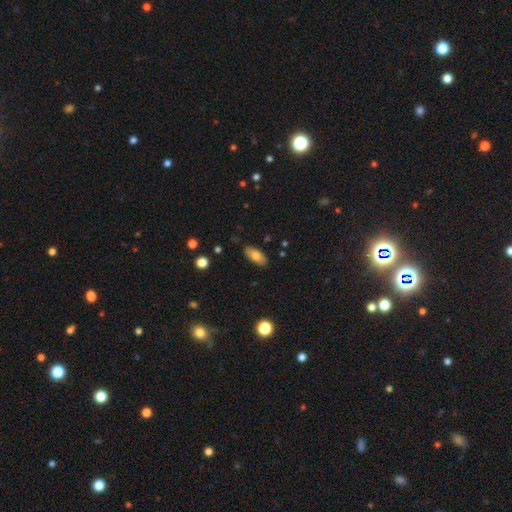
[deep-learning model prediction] Smooth or featured?
  - smooth: 75% *
  - featured or disk: 18%
  - star or artifact: 7%
How rounded?
  - in between: 89% *
  - cigar-shaped: 8%
  - round: 3%
Merging?
  - none: 86% *
  - minor disturbance: 10%
  - major disturbance: 2%
  - merger: 1%